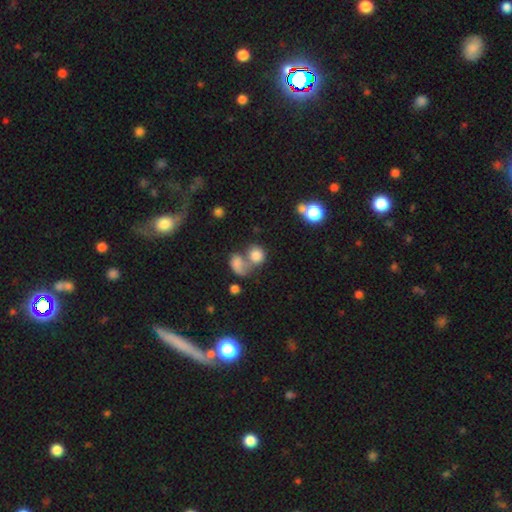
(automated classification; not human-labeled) smooth 78%, featured or disk 11%, star or artifact 11%. Down the decision tree: how rounded — round (66%); merging — merger (55%).